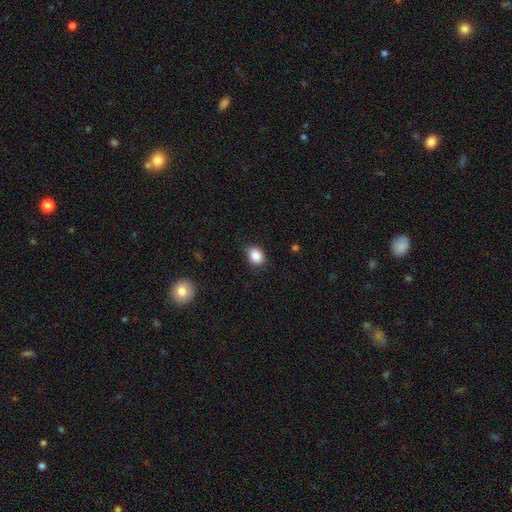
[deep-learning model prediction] Smooth or featured? smooth (86%)
How rounded? in between (51%)
Merging? none (78%)